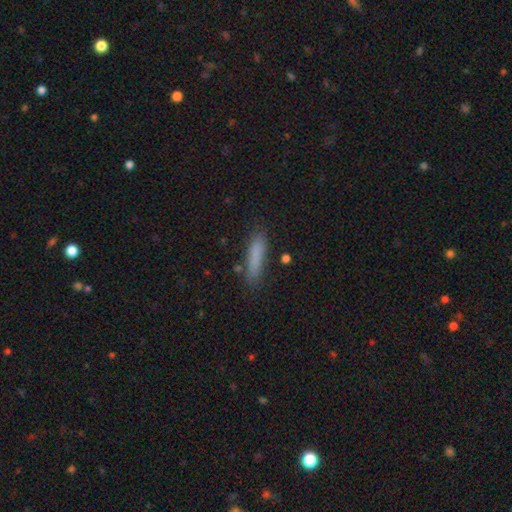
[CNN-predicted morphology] smooth_or_featured: smooth (p=0.83) [alt: featured or disk p=0.09]
how_rounded: cigar-shaped (p=0.82) [alt: in between p=0.16]
merging: none (p=0.81) [alt: minor disturbance p=0.13]